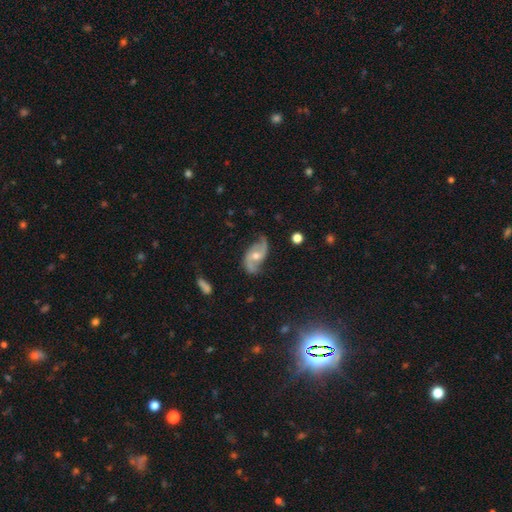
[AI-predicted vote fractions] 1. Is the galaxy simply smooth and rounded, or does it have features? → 85% featured or disk, 8% smooth, 7% star or artifact.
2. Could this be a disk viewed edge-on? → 96% no, 4% yes.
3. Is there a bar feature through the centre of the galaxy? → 57% no, 34% weak, 10% strong.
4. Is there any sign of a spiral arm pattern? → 95% yes, 5% no.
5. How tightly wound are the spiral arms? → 58% loose, 32% medium, 11% tight.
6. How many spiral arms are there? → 91% 2, 3% can't tell, 2% 1, 1% 3, 1% 4, 1% more than 4.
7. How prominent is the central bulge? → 63% moderate, 32% small, 3% large, 2% none, 1% dominant.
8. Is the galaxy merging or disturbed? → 73% none, 19% minor disturbance, 7% major disturbance, 2% merger.